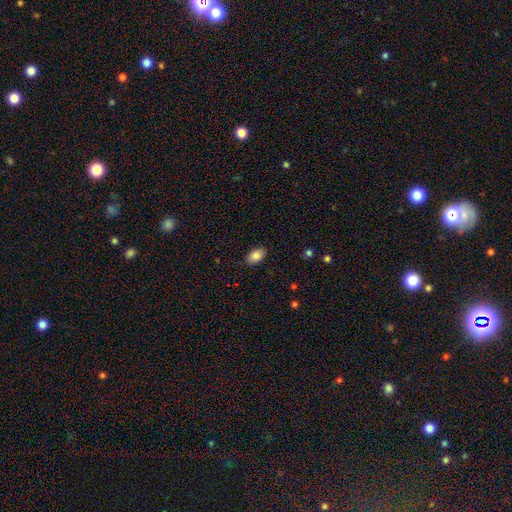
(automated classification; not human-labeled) smooth-or-featured: smooth: 87% | star or artifact: 8% | featured or disk: 5%
  how-rounded: in between: 90% | round: 9% | cigar-shaped: 1%
  merging: none: 87% | minor disturbance: 9% | major disturbance: 2% | merger: 1%